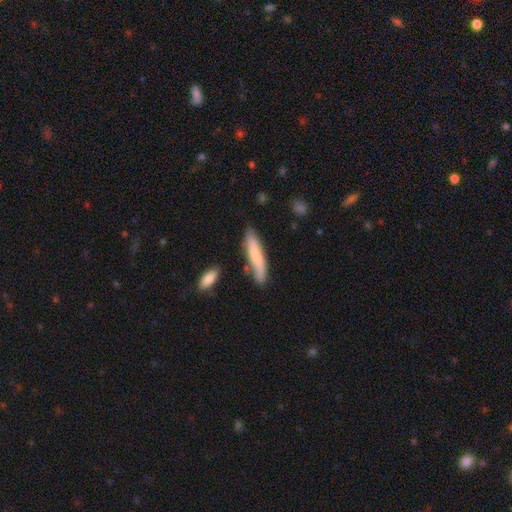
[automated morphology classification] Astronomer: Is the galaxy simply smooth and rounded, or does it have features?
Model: smooth — 71%.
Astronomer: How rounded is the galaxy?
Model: cigar-shaped — 85%.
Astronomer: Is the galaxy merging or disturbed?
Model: none — 70%.